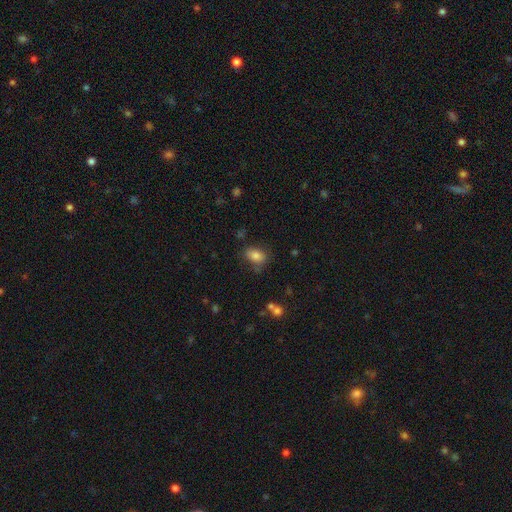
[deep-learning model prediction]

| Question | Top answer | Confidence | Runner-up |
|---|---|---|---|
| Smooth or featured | smooth | 82% | star or artifact (10%) |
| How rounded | in between | 84% | round (14%) |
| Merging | none | 72% | minor disturbance (18%) |